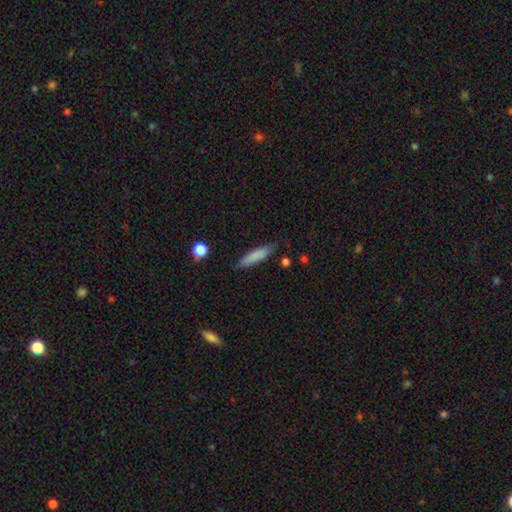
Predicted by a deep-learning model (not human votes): Morphology: type=smooth (79%); roundness=cigar-shaped (80%); merging=none (82%).